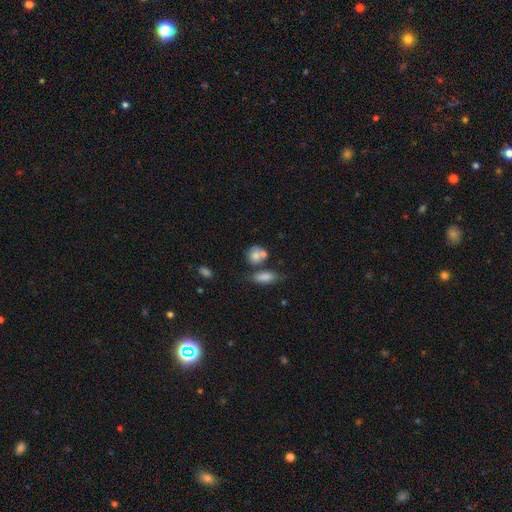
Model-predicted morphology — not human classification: Smooth or featured?
  - smooth: 77% *
  - featured or disk: 13%
  - star or artifact: 9%
How rounded?
  - round: 66% *
  - in between: 31%
  - cigar-shaped: 3%
Merging?
  - none: 44% *
  - merger: 33%
  - minor disturbance: 15%
  - major disturbance: 7%